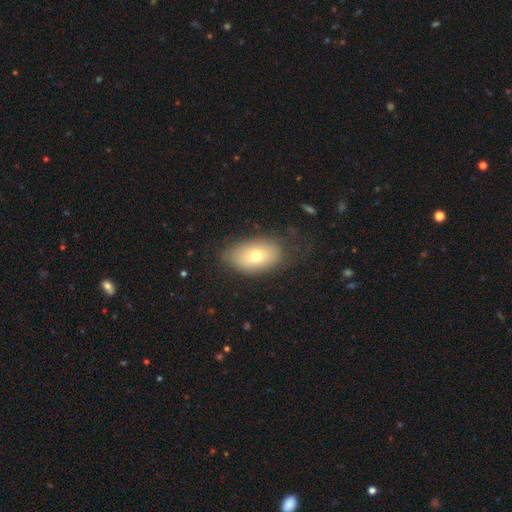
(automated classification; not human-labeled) A smooth galaxy with no disk features (68%) that is in between round and cigar-shaped (89%). Merging: none (67%).